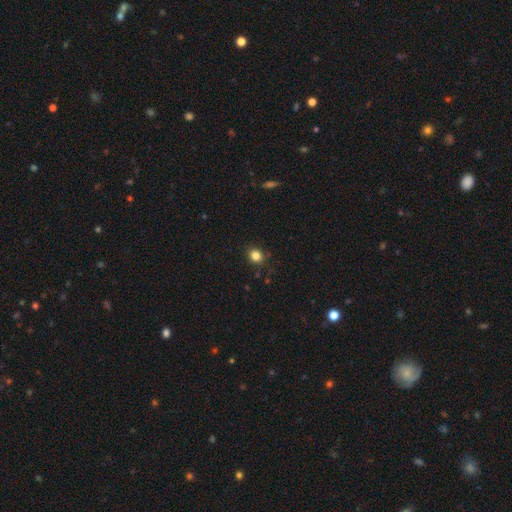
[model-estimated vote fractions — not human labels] Smooth or featured? Predicted: smooth (p=0.83). How rounded? Predicted: round (p=0.69). Merging? Predicted: none (p=0.84).